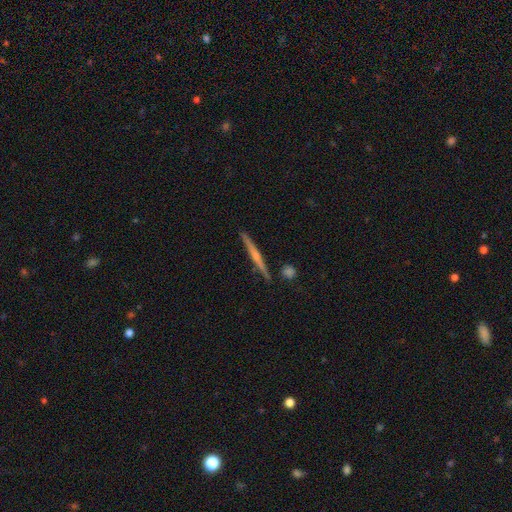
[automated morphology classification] Smooth or featured? featured or disk (60%)
Edge-on disk? yes (98%)
Edge-on bulge? none (45%)
Merging? none (87%)